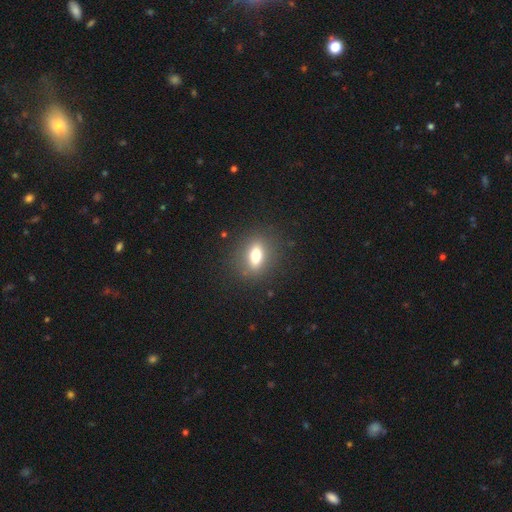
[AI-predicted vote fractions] Smooth or featured? Predicted: smooth (p=0.67). How rounded? Predicted: in between (p=0.67). Merging? Predicted: none (p=0.86).